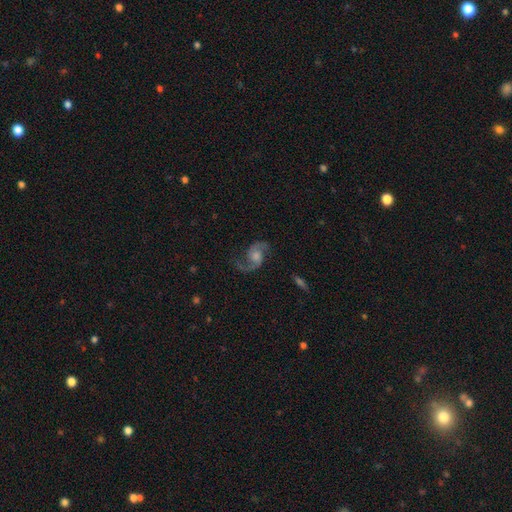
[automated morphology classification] type=featured or disk (89%); edge-on=no (98%); bar=no (63%); spiral arms=yes (97%); winding=loose (55%); arm count=2 (93%); bulge=moderate (47%); merging=none (76%).